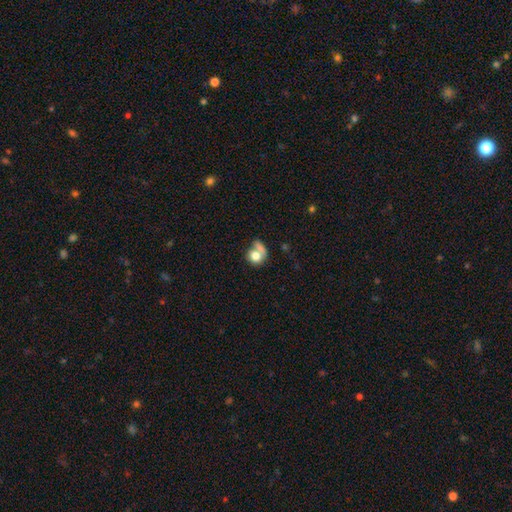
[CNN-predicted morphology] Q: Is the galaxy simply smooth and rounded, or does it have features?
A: smooth — 73%.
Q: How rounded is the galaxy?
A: round — 73%.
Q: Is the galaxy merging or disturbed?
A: merger — 34%, tied with none.